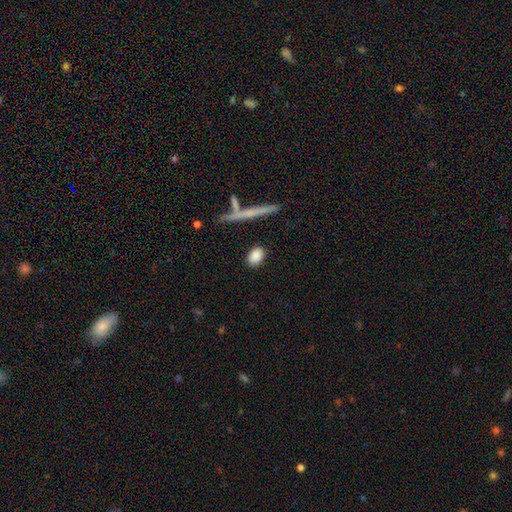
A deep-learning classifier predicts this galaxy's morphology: The model was most divided on "how rounded": in between: 78%, round: 17%, cigar-shaped: 5%. More confident: smooth or featured — smooth (86%); merging — none (84%).